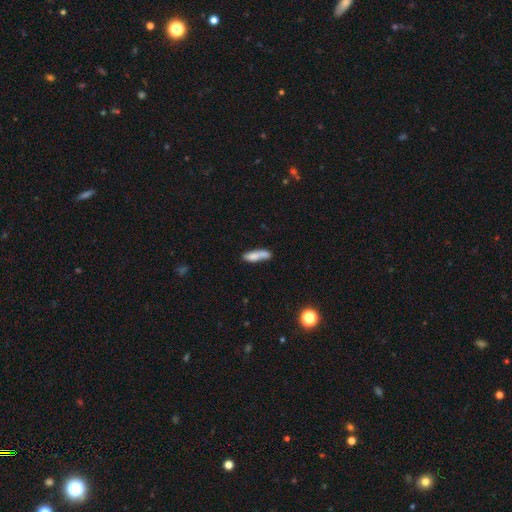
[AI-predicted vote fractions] A smooth galaxy with no disk features (73%) that is cigar-shaped (59%).

Vote fractions:
- Smooth or featured? smooth: 73% / featured or disk: 19% / star or artifact: 8%
- How rounded? cigar-shaped: 59% / in between: 39% / round: 2%
- Merging? none: 49% / merger: 24% / minor disturbance: 20% / major disturbance: 8%